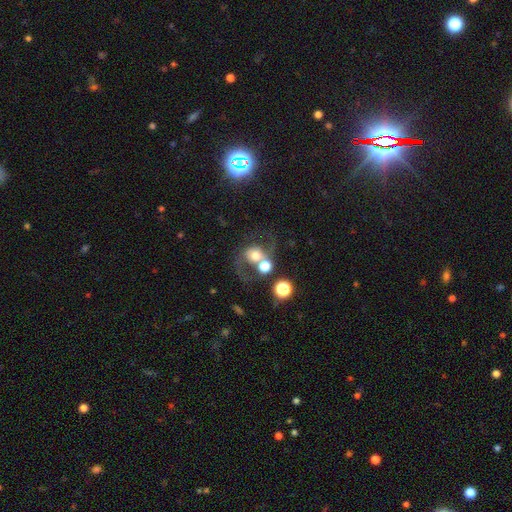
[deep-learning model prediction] Q: Smooth or featured?
A: featured or disk (61%); runner-up: smooth (28%)
Q: Edge-on disk?
A: no (98%); runner-up: yes (2%)
Q: Bar?
A: no (69%); runner-up: weak (24%)
Q: Spiral arms?
A: yes (85%); runner-up: no (15%)
Q: Spiral winding?
A: loose (58%); runner-up: medium (35%)
Q: Spiral arm count?
A: 2 (85%); runner-up: 1 (9%)
Q: Bulge size?
A: moderate (46%); runner-up: large (31%)
Q: Merging?
A: none (38%); runner-up: merger (33%)